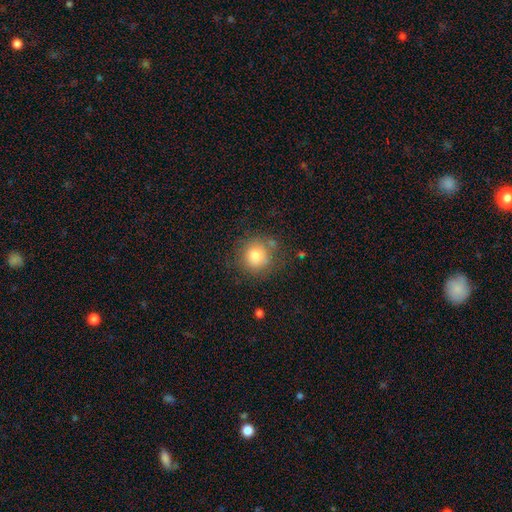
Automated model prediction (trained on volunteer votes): Smooth or featured? Predicted: smooth (p=0.81). How rounded? Predicted: round (p=0.89). Merging? Predicted: none (p=0.74).